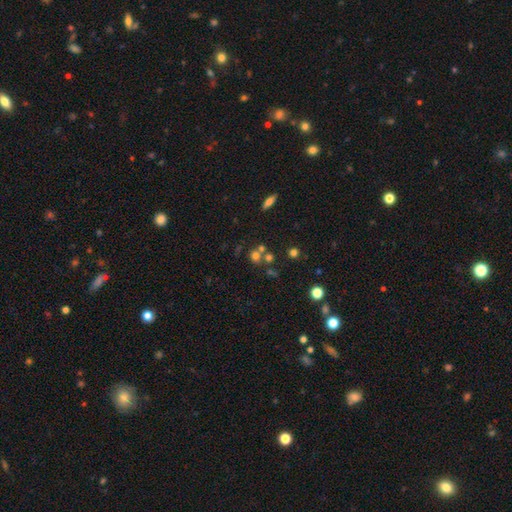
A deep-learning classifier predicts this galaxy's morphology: The model was most divided on "merging": none: 47%, merger: 40%, minor disturbance: 8%, major disturbance: 5%. More confident: how rounded — round (81%); smooth or featured — smooth (62%).